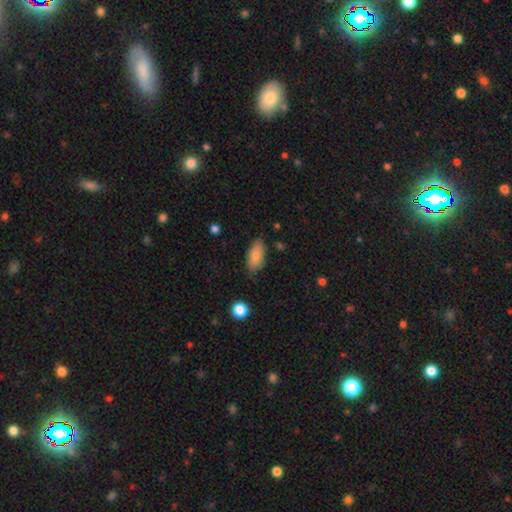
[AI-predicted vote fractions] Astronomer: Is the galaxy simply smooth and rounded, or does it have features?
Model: smooth — 80%.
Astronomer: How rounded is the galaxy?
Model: in between — 91%.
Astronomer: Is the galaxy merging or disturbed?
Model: none — 76%.